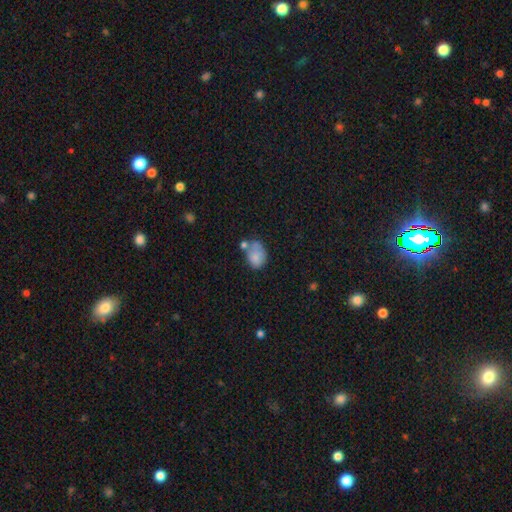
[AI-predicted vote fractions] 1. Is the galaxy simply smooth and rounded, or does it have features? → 78% smooth, 13% featured or disk, 9% star or artifact.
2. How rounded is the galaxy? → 63% in between, 36% round, 1% cigar-shaped.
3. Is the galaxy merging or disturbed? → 38% none, 26% merger, 24% minor disturbance, 11% major disturbance.